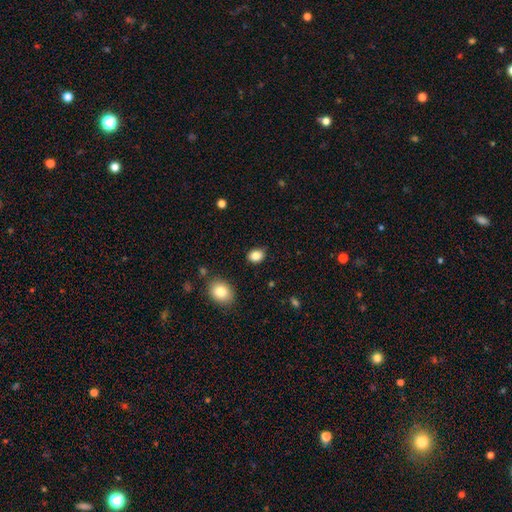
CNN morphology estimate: smooth 84%, star or artifact 10%, featured or disk 6%. Down the decision tree: how rounded — in between (54%); merging — none (83%).